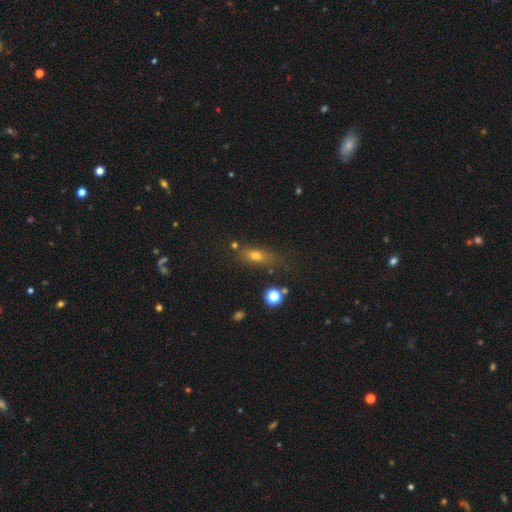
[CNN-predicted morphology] type=smooth (67%); roundness=in between (57%); merging=none (62%).